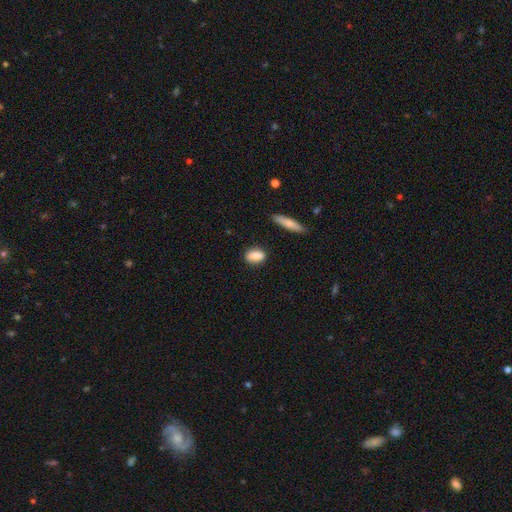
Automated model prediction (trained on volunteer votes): The model was most divided on "how rounded": in between: 81%, round: 11%, cigar-shaped: 8%. More confident: smooth or featured — smooth (86%); merging — none (85%).